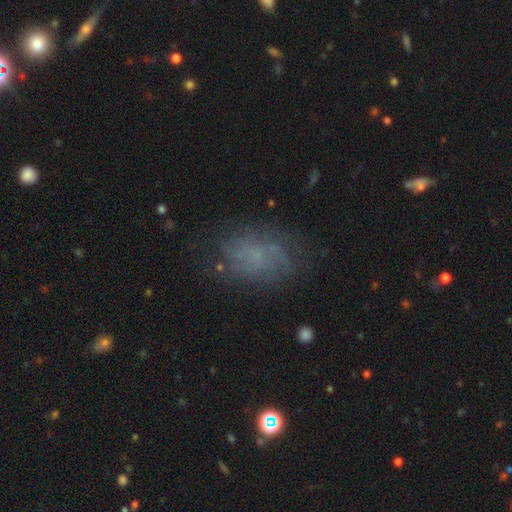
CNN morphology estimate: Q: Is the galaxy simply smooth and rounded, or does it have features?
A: smooth — 46%.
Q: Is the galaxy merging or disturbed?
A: none — 67%.